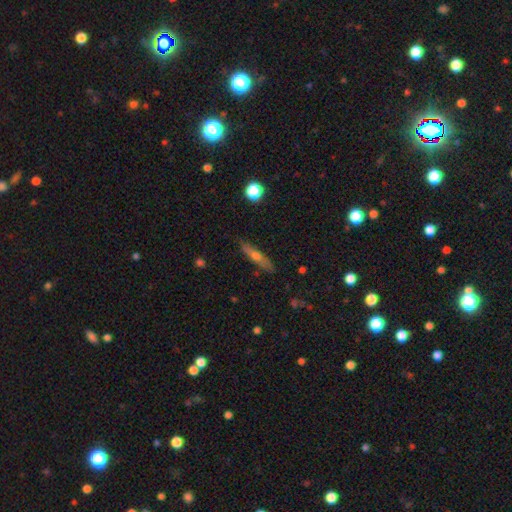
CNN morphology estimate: Smooth or featured: smooth — 47% (featured or disk — 45%)
Merging: none — 85% (minor disturbance — 11%)